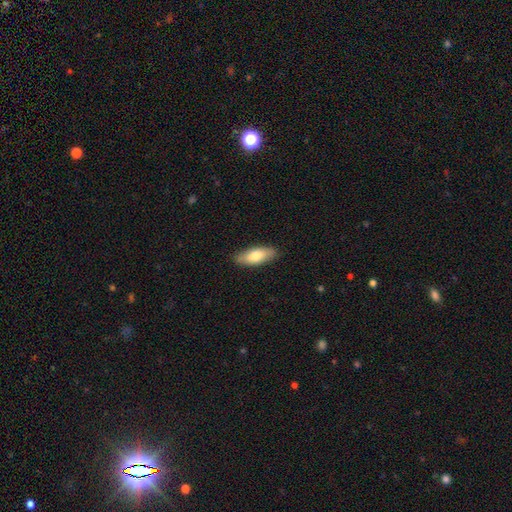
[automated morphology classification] Overall: smooth (75%). How rounded: in between (74%). Merging: none (87%).